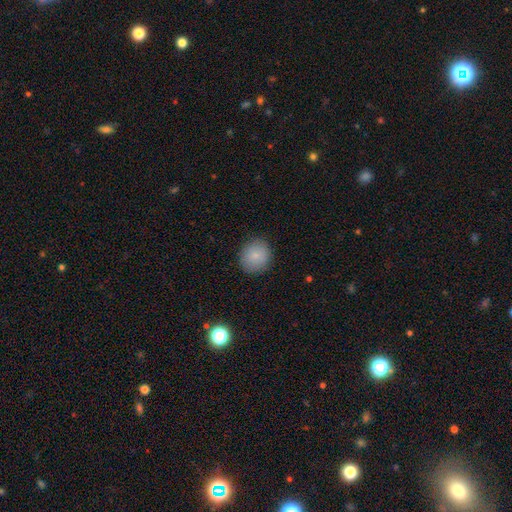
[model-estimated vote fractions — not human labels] A smooth galaxy with no disk features (85%) that is round (81%).

Vote fractions:
- Smooth or featured? smooth: 85% / star or artifact: 8% / featured or disk: 7%
- How rounded? round: 81% / in between: 18% / cigar-shaped: 1%
- Merging? none: 88% / minor disturbance: 9% / major disturbance: 2% / merger: 1%